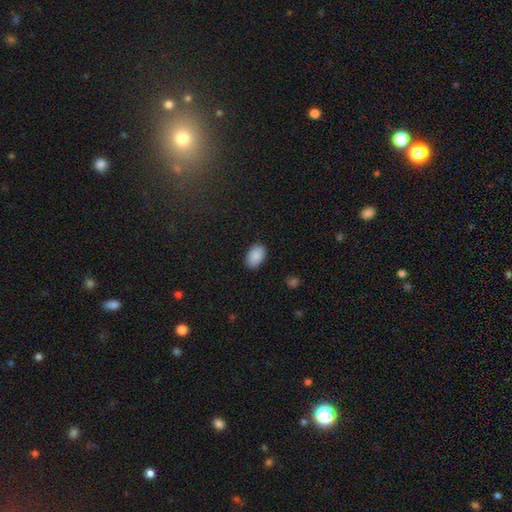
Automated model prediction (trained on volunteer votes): smooth-or-featured: smooth: 90% | star or artifact: 7% | featured or disk: 3%
  how-rounded: in between: 90% | round: 9% | cigar-shaped: 1%
  merging: none: 87% | minor disturbance: 9% | major disturbance: 2% | merger: 1%